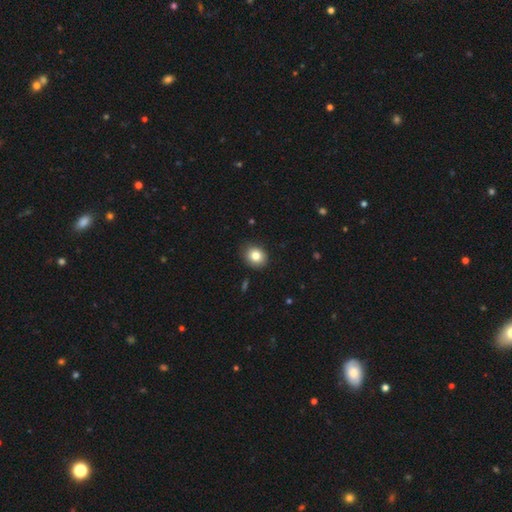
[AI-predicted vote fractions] Smooth or featured? Predicted: smooth (p=0.82). How rounded? Predicted: round (p=0.60). Merging? Predicted: none (p=0.85).